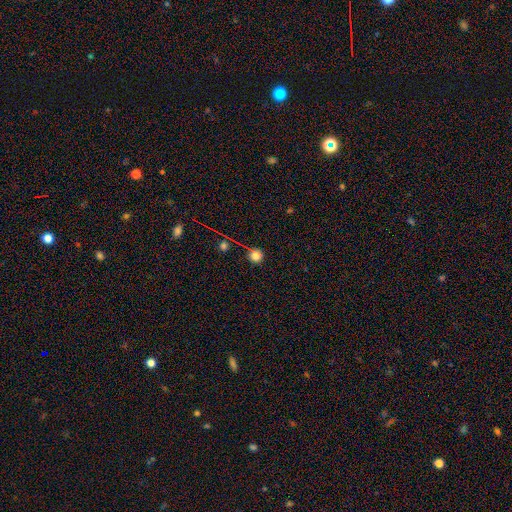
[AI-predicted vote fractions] A smooth galaxy with no disk features (78%) that is round (95%).

Vote fractions:
- Smooth or featured? smooth: 78% / star or artifact: 15% / featured or disk: 7%
- How rounded? round: 95% / in between: 4% / cigar-shaped: 1%
- Merging? none: 82% / minor disturbance: 11% / merger: 4% / major disturbance: 4%